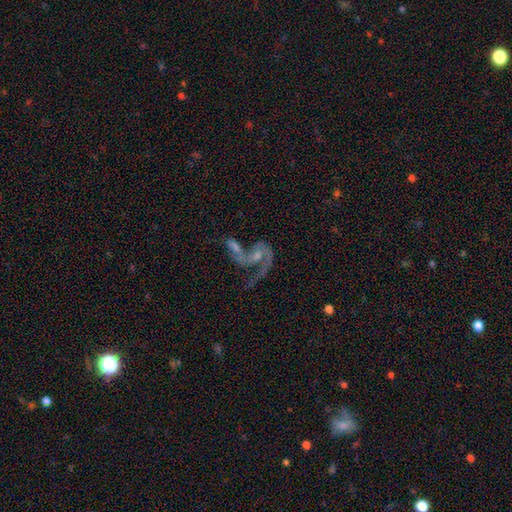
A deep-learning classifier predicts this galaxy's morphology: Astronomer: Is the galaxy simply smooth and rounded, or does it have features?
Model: featured or disk — 79%.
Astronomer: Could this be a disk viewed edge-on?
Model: no — 97%.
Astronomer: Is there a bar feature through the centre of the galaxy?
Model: no — 57% (runner-up: weak, 33%).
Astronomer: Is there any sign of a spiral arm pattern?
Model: yes — 85%.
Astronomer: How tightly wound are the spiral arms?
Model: loose — 53% (runner-up: medium, 36%).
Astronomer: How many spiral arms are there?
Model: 2 — 47% (runner-up: 1, 42%).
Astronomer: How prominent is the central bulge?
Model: small — 43% (runner-up: moderate, 37%).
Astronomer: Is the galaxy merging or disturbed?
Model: merger — 48%.